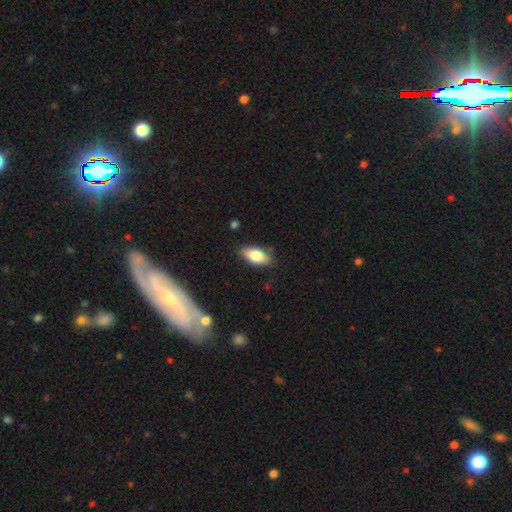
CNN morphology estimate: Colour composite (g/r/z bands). It shows a smooth galaxy with no disk features (77%) that is in between round and cigar-shaped (87%). Merging: none (84%).